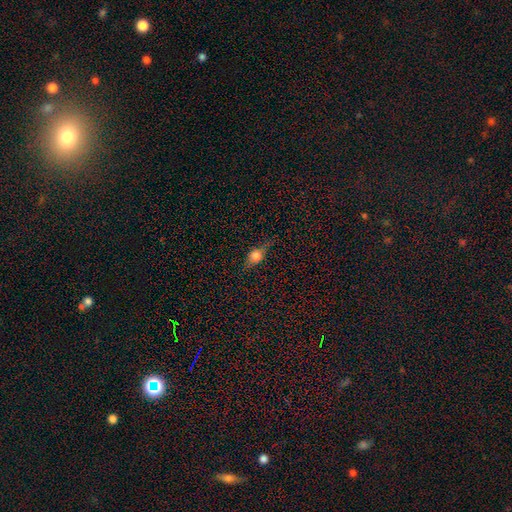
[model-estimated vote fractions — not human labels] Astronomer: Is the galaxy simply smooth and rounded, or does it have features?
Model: smooth — 65%.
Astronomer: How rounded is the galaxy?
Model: in between — 63%.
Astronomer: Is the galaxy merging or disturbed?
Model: none — 71%.